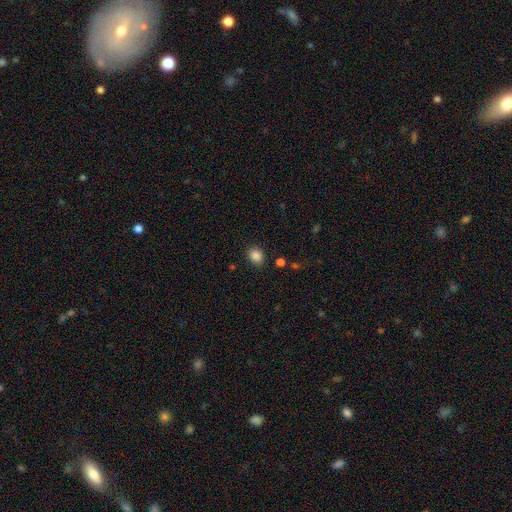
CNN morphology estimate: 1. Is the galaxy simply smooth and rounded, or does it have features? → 86% smooth, 11% star or artifact, 4% featured or disk.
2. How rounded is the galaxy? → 56% round, 43% in between, 1% cigar-shaped.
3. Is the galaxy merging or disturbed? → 87% none, 9% minor disturbance, 3% major disturbance, 2% merger.